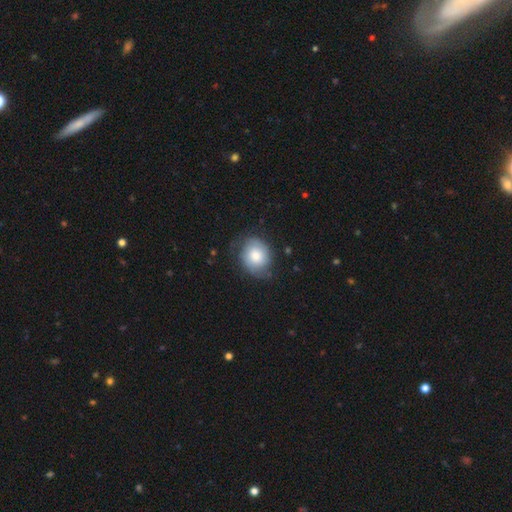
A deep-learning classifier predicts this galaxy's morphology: Smooth or featured? Predicted: smooth (p=0.74). How rounded? Predicted: round (p=0.65). Merging? Predicted: none (p=0.67).